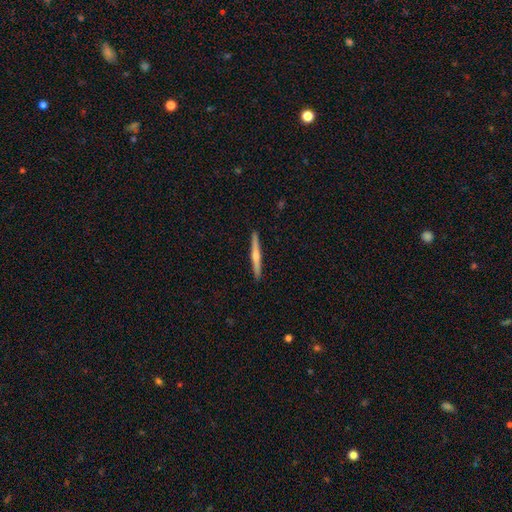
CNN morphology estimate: The model was most divided on "smooth or featured": featured or disk: 59%, smooth: 36%, star or artifact: 5%. More confident: edge-on disk — yes (98%); merging — none (92%); edge-on bulge — rounded (79%).